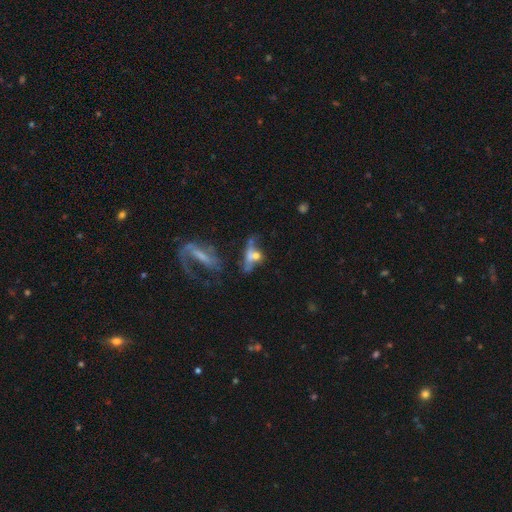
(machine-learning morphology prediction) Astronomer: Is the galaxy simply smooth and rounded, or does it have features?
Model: featured or disk — 47% (runner-up: smooth, 38%).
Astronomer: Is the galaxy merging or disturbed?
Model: merger — 37% (runner-up: major disturbance, 26%).